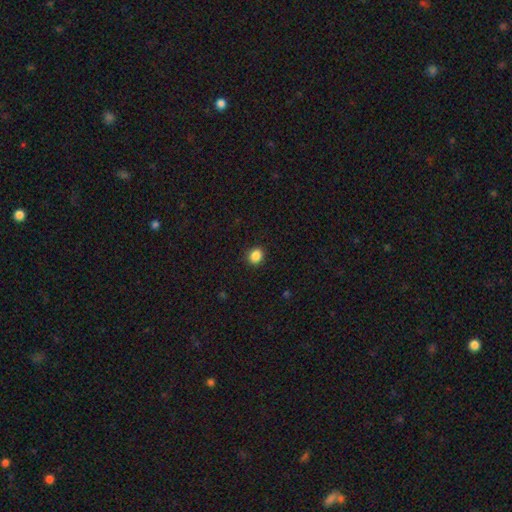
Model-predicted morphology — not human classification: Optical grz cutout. It shows a smooth galaxy with no disk features (87%) that is round (74%). Merging: none (90%).